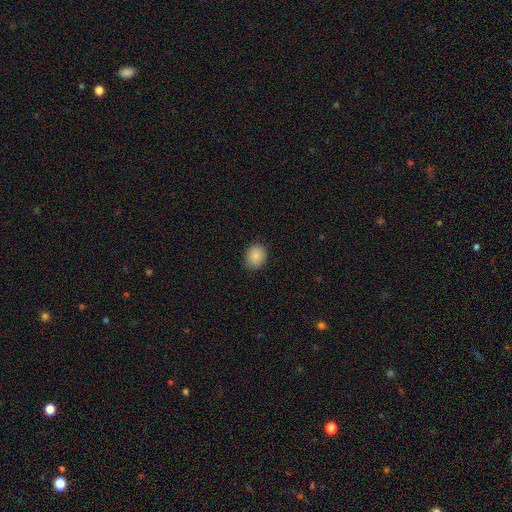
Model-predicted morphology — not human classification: A smooth galaxy with no disk features (87%) that is round (59%). Merging: none (86%).